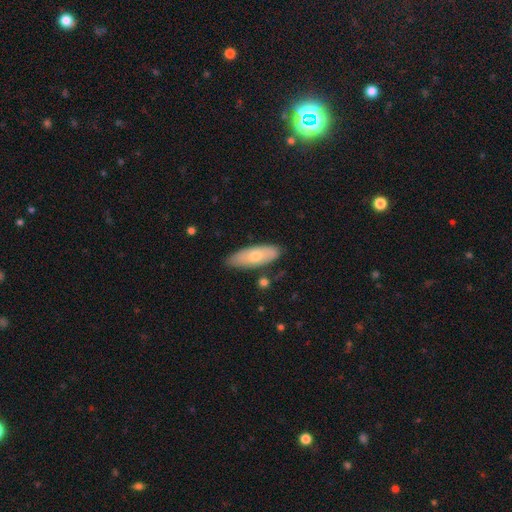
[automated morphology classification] A smooth galaxy with no disk features (64%) that is in between round and cigar-shaped (67%).

Vote fractions:
- Smooth or featured? smooth: 64% / featured or disk: 30% / star or artifact: 7%
- How rounded? in between: 67% / cigar-shaped: 30% / round: 2%
- Merging? none: 80% / minor disturbance: 14% / merger: 3% / major disturbance: 2%